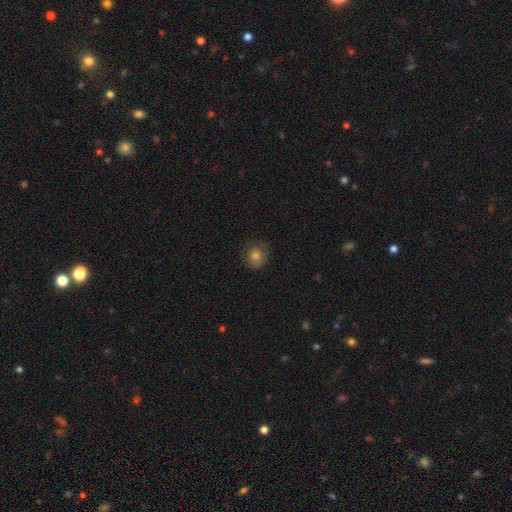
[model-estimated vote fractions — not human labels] Overall: smooth (72%). How rounded: round (86%). Merging: none (79%).